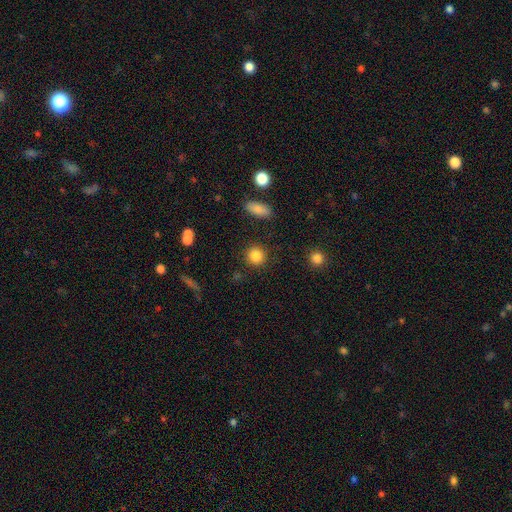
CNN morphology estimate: Q: Smooth or featured?
A: smooth (86%); runner-up: star or artifact (10%)
Q: How rounded?
A: round (89%); runner-up: in between (9%)
Q: Merging?
A: none (89%); runner-up: minor disturbance (6%)